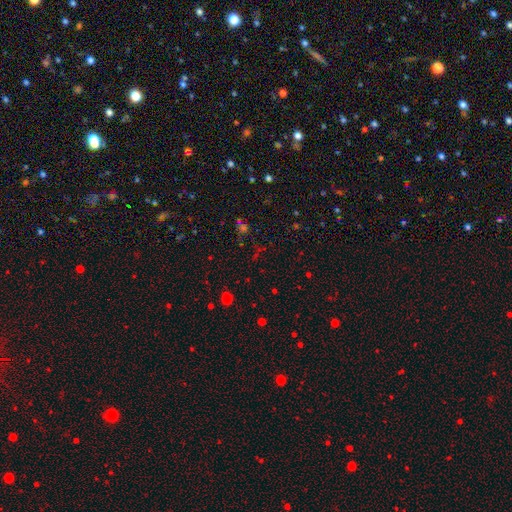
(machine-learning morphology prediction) Smooth or featured?
  - star or artifact: 62% *
  - smooth: 28%
  - featured or disk: 10%